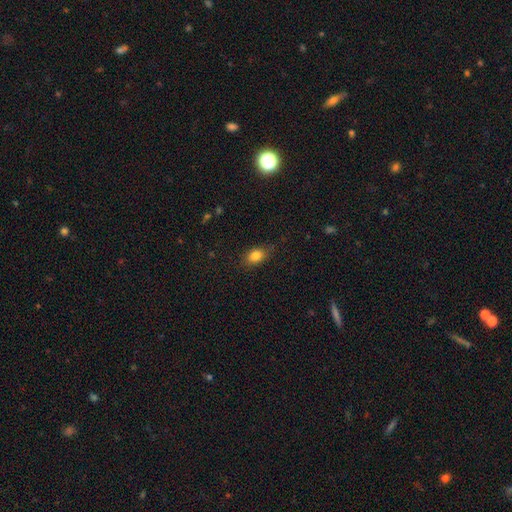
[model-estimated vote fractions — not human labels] Smooth or featured?
  - smooth: 83% *
  - star or artifact: 10%
  - featured or disk: 7%
How rounded?
  - in between: 74% *
  - round: 24%
  - cigar-shaped: 2%
Merging?
  - none: 78% *
  - minor disturbance: 17%
  - major disturbance: 4%
  - merger: 1%